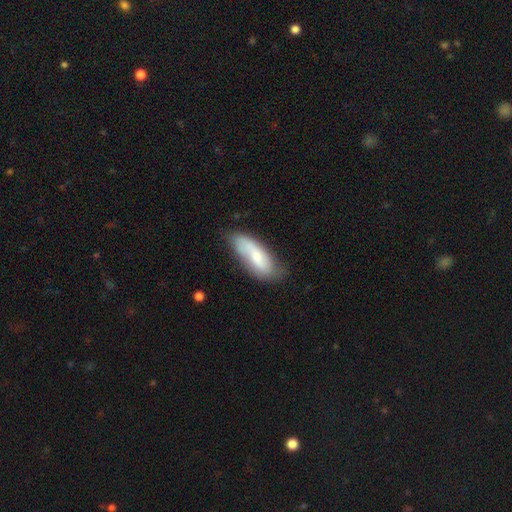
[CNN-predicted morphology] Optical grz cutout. It shows a smooth galaxy with no disk features (61%) that is in between round and cigar-shaped (73%). Merging: none (61%).